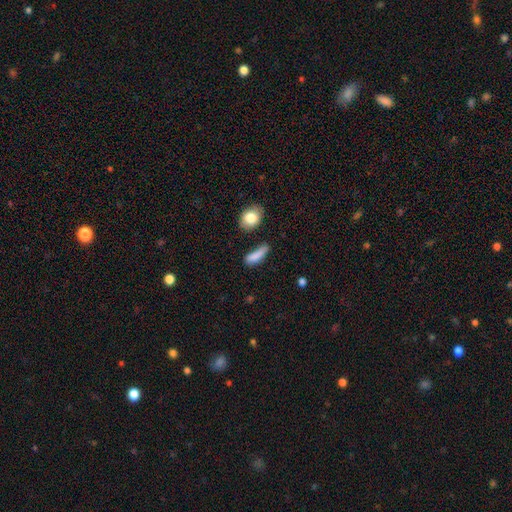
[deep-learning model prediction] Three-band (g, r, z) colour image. It shows a smooth galaxy with no disk features (82%) that is in between round and cigar-shaped (49%). Merging: none (51%).